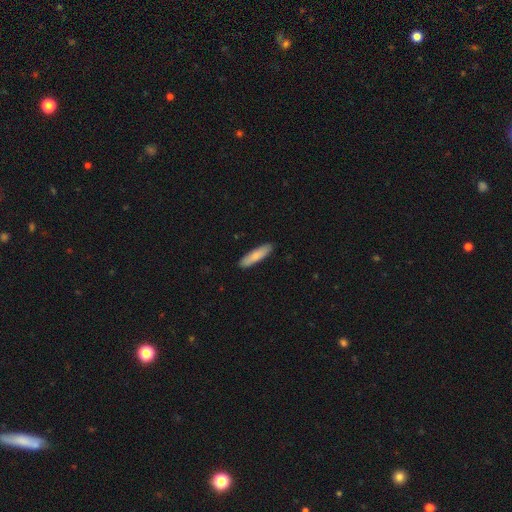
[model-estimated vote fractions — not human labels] A smooth galaxy with no disk features (81%) that is cigar-shaped (77%).

Vote fractions:
- Smooth or featured? smooth: 81% / featured or disk: 13% / star or artifact: 5%
- How rounded? cigar-shaped: 77% / in between: 22% / round: 1%
- Merging? none: 90% / minor disturbance: 8% / major disturbance: 1% / merger: 1%